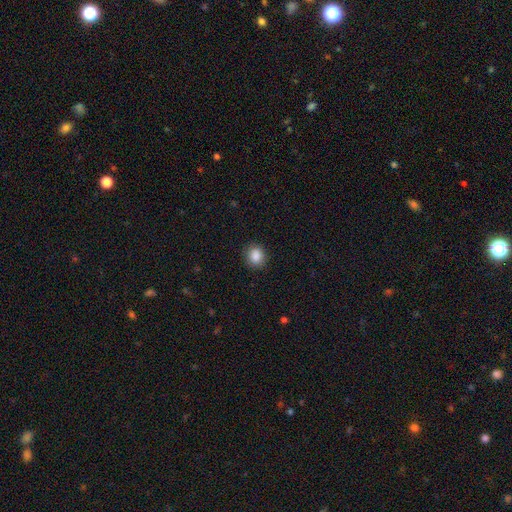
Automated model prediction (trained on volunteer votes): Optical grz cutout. It shows a smooth galaxy with no disk features (87%) that is round (72%). Merging: none (88%).